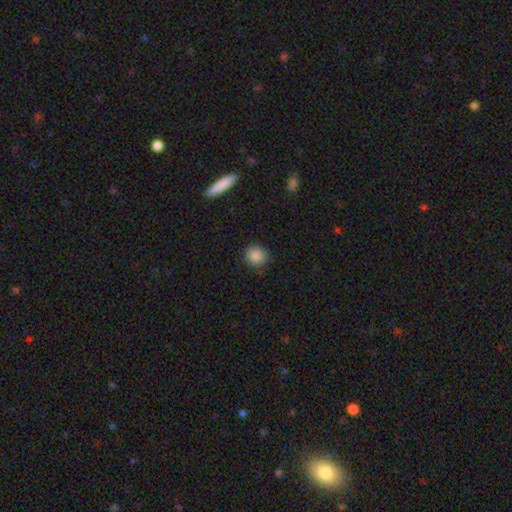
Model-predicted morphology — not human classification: Smooth or featured?
  - smooth: 88% *
  - star or artifact: 9%
  - featured or disk: 4%
How rounded?
  - round: 89% *
  - in between: 10%
  - cigar-shaped: 1%
Merging?
  - none: 85% *
  - minor disturbance: 11%
  - major disturbance: 3%
  - merger: 1%